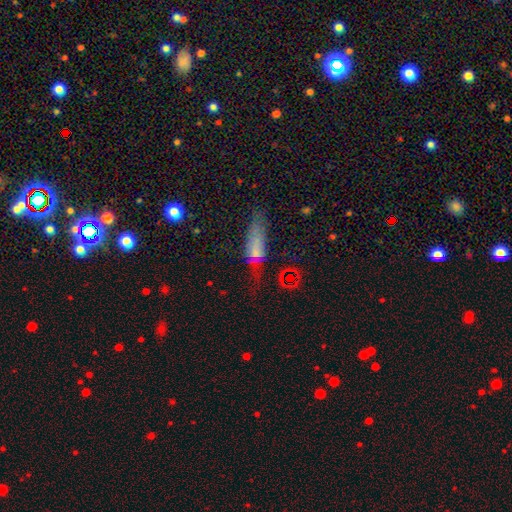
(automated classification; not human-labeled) Smooth or featured? smooth (54%)
How rounded? cigar-shaped (57%)
Merging? none (46%)